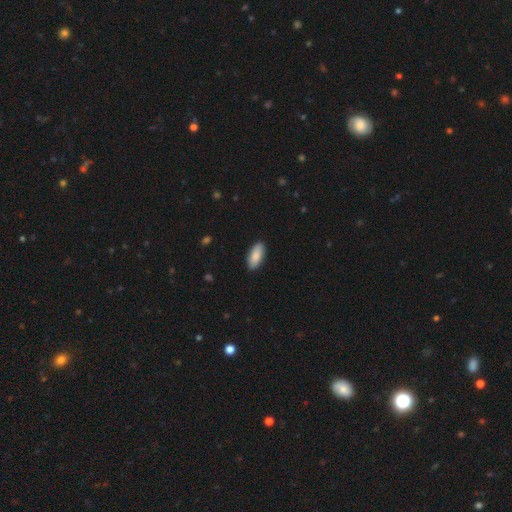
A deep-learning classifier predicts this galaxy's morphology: smooth_or_featured: smooth (p=0.87) [alt: featured or disk p=0.07]
how_rounded: in between (p=0.85) [alt: cigar-shaped p=0.13]
merging: none (p=0.89) [alt: minor disturbance p=0.08]